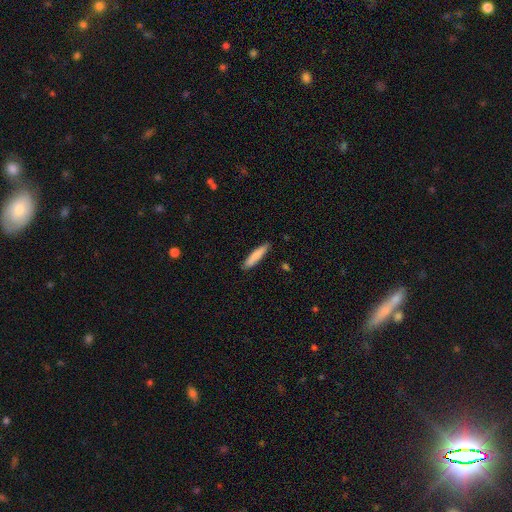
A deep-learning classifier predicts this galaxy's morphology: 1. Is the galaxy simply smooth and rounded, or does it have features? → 81% smooth, 13% featured or disk, 6% star or artifact.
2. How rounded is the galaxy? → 86% cigar-shaped, 13% in between, 1% round.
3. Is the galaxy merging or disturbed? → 87% none, 10% minor disturbance, 2% major disturbance, 1% merger.